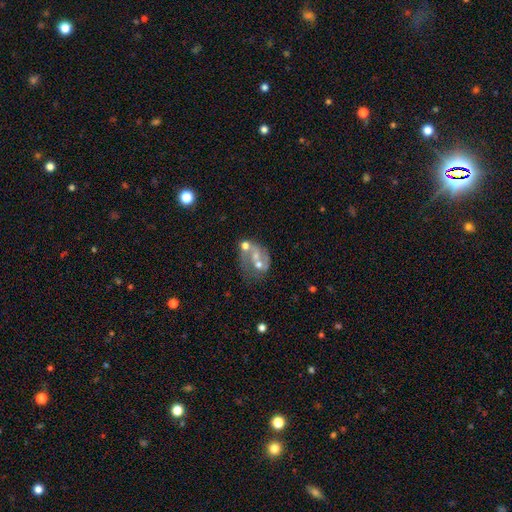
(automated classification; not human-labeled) smooth_or_featured: featured or disk (p=0.63) [alt: smooth p=0.23]
disk_edge_on: no (p=0.97) [alt: yes p=0.03]
bar: no (p=0.69) [alt: weak p=0.23]
has_spiral_arms: yes (p=0.51) [alt: no p=0.49]
bulge_size: moderate (p=0.47) [alt: small p=0.37]
merging: merger (p=0.40) [alt: none p=0.30]